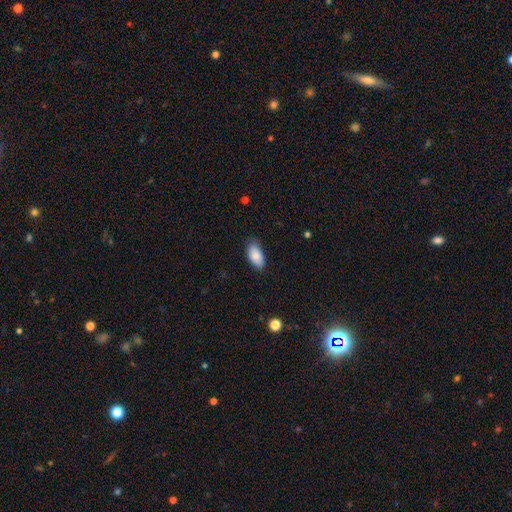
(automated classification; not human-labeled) A smooth galaxy with no disk features (84%) that is in between round and cigar-shaped (94%).

Vote fractions:
- Smooth or featured? smooth: 84% / featured or disk: 9% / star or artifact: 7%
- How rounded? in between: 94% / cigar-shaped: 4% / round: 3%
- Merging? none: 77% / minor disturbance: 19% / major disturbance: 3% / merger: 1%